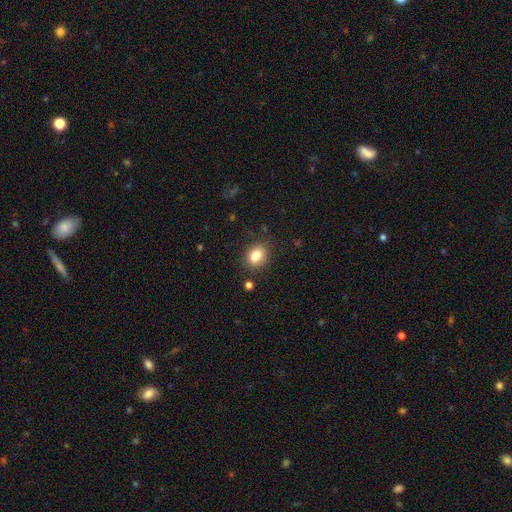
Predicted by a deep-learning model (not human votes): Morphology: type=smooth (83%); roundness=in between (61%); merging=none (72%).